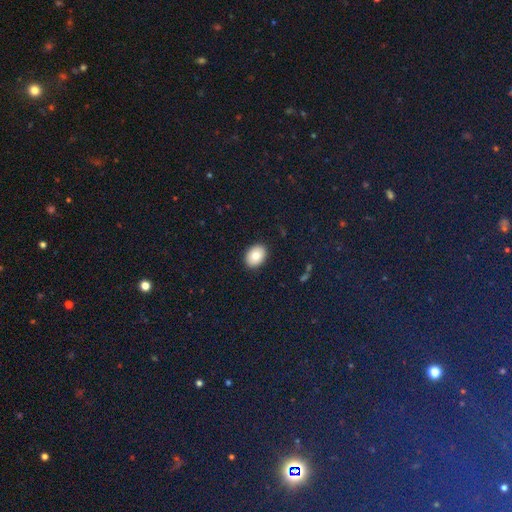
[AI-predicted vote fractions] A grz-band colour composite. It shows a smooth galaxy with no disk features (83%) that is in between round and cigar-shaped (70%). Merging: none (91%).